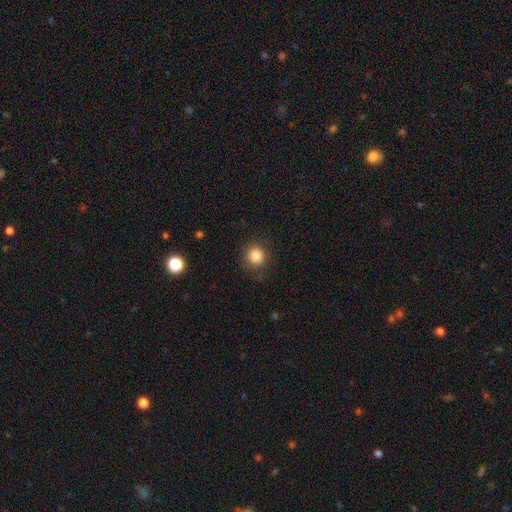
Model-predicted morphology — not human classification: The model was most divided on "smooth or featured": smooth: 85%, star or artifact: 11%, featured or disk: 4%. More confident: how rounded — round (91%); merging — none (88%).